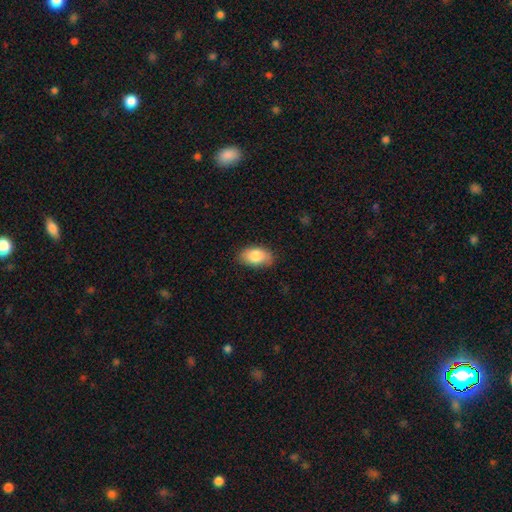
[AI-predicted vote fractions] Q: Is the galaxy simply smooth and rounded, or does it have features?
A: smooth — 83%.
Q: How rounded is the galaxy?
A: in between — 92%.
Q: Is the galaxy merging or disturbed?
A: none — 81%.